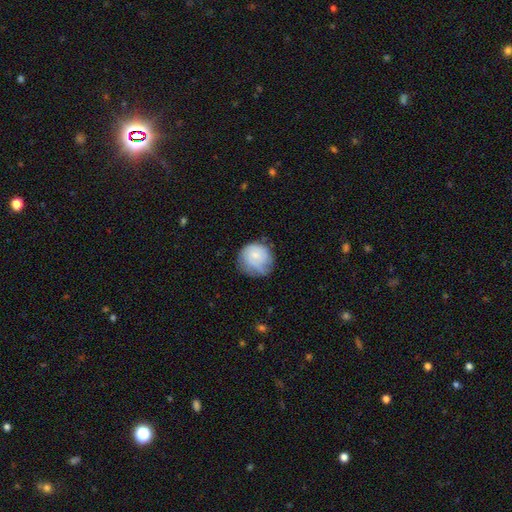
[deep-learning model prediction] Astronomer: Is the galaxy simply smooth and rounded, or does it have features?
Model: smooth — 58% (runner-up: featured or disk, 35%).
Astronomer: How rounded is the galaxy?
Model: round — 82%.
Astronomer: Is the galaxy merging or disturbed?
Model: none — 49% (runner-up: minor disturbance, 34%).